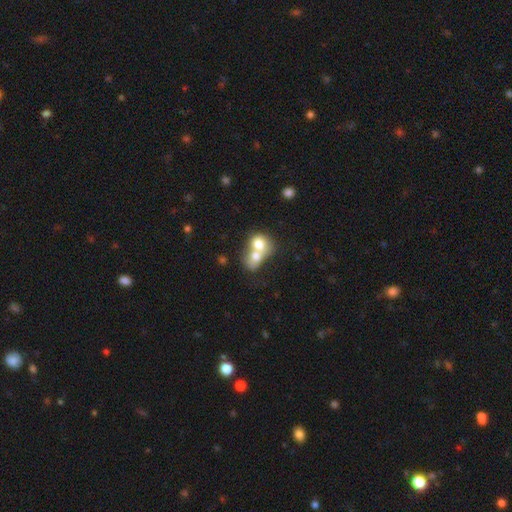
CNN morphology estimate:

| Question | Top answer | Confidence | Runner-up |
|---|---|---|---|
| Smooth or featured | smooth | 69% | featured or disk (23%) |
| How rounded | round | 53% | in between (46%) |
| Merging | merger | 79% | none (13%) |